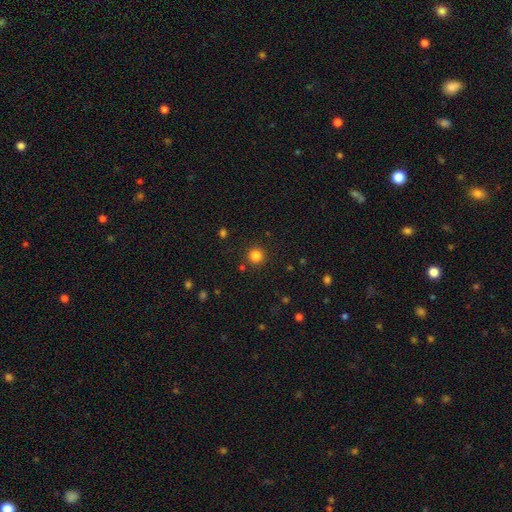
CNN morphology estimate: smooth_or_featured: smooth (p=0.83) [alt: star or artifact p=0.13]
how_rounded: round (p=0.95) [alt: in between p=0.04]
merging: none (p=0.89) [alt: minor disturbance p=0.06]